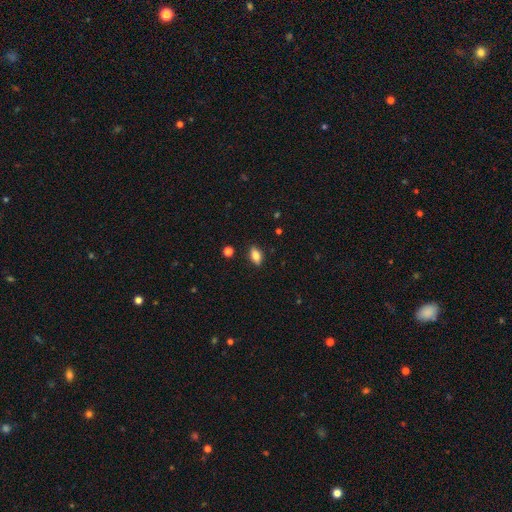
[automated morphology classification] Smooth or featured? Predicted: smooth (p=0.80). How rounded? Predicted: in between (p=0.87). Merging? Predicted: none (p=0.87).